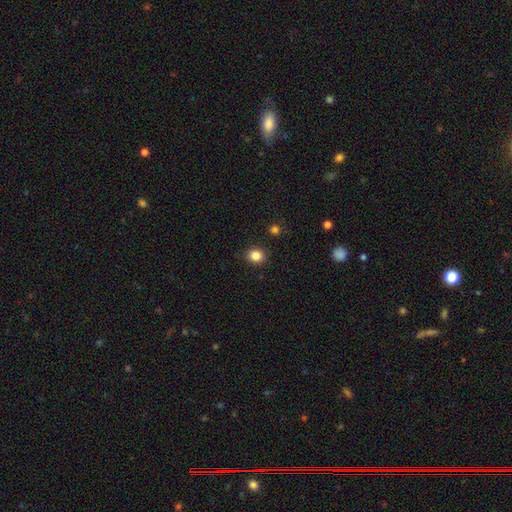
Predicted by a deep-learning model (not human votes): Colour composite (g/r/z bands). It shows a smooth galaxy with no disk features (84%) that is round (68%). Merging: none (89%).